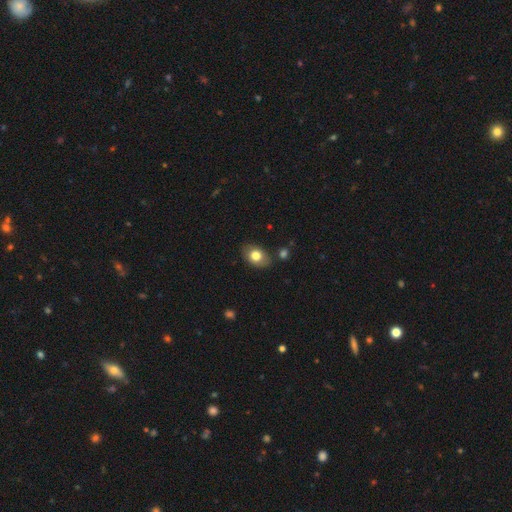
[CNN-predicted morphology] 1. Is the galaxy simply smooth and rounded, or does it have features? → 78% smooth, 13% featured or disk, 8% star or artifact.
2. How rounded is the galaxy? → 77% in between, 21% round, 1% cigar-shaped.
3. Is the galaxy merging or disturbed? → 77% none, 16% minor disturbance, 4% merger, 4% major disturbance.